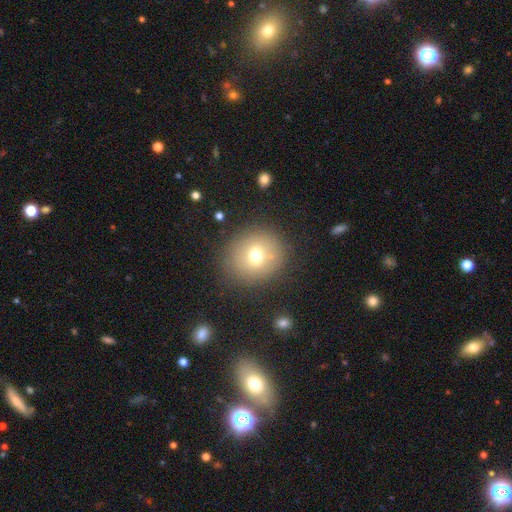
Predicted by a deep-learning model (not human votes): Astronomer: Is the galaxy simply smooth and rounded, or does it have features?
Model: smooth — 70%.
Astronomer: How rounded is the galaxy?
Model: round — 88%.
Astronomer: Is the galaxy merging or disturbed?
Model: none — 82%.